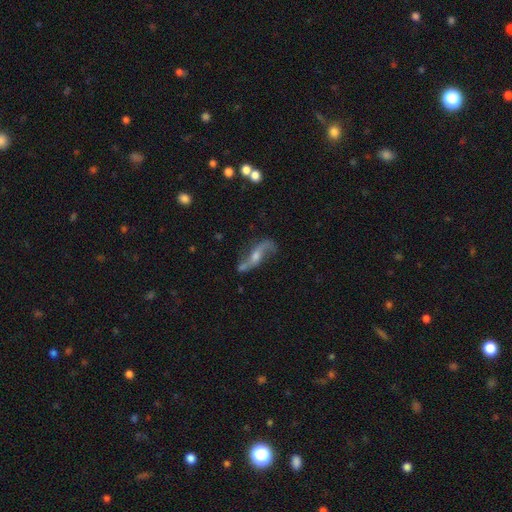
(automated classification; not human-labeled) This is clearly a featured or disk galaxy (83%). It is clearly not viewed edge-on (86%). Bar: possibly no (49%). Spiral arm pattern: clearly yes (93%). Spiral arm count: clearly 2 (91%). Spiral winding: clearly loose (83%). Central bulge: possibly moderate (48%). Merging: likely none (65%).